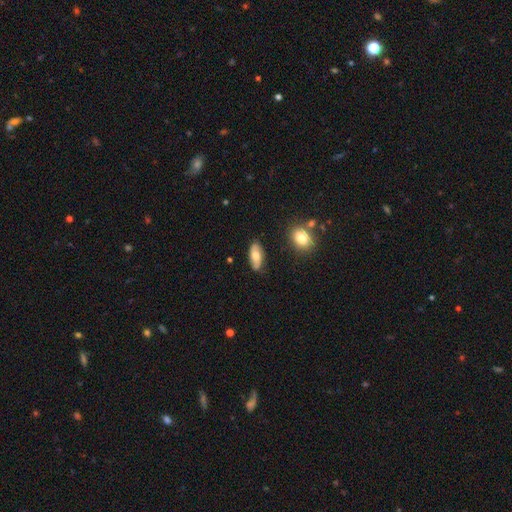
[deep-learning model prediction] The model was most divided on "smooth or featured": smooth: 55%, featured or disk: 38%, star or artifact: 7%. More confident: how rounded — in between (85%); merging — none (81%).